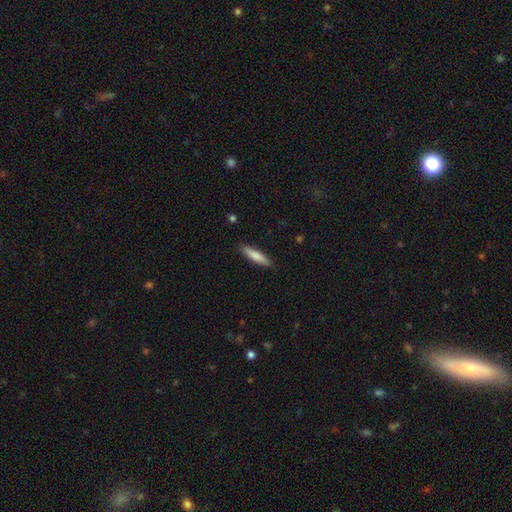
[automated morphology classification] smooth 78%, featured or disk 16%, star or artifact 6%. Down the decision tree: how rounded — cigar-shaped (80%); merging — none (88%).